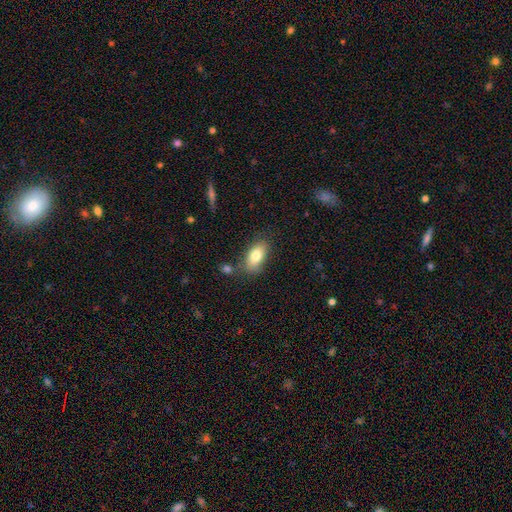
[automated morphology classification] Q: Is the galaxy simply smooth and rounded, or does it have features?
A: smooth — 79%.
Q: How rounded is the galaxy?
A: in between — 90%.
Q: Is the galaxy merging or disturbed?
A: none — 74%.